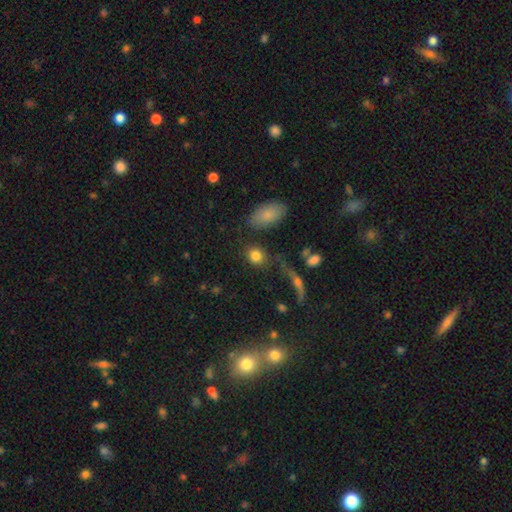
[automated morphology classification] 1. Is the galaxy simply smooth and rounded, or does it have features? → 83% smooth, 9% star or artifact, 7% featured or disk.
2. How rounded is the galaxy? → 64% round, 34% in between, 3% cigar-shaped.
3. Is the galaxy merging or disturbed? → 71% none, 12% minor disturbance, 9% merger, 7% major disturbance.